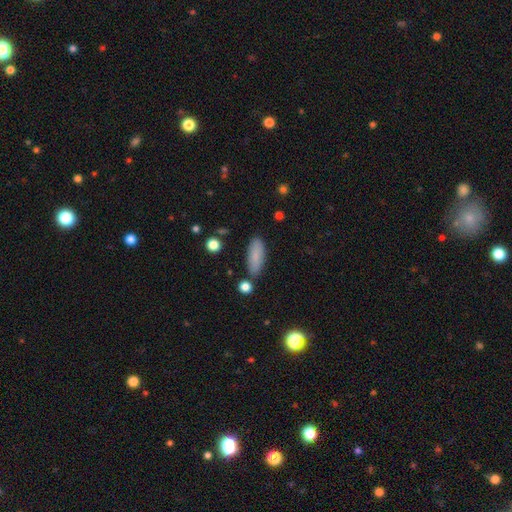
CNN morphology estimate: Overall: smooth (83%). How rounded: in between (66%; cigar-shaped 32%). Merging: none (83%).